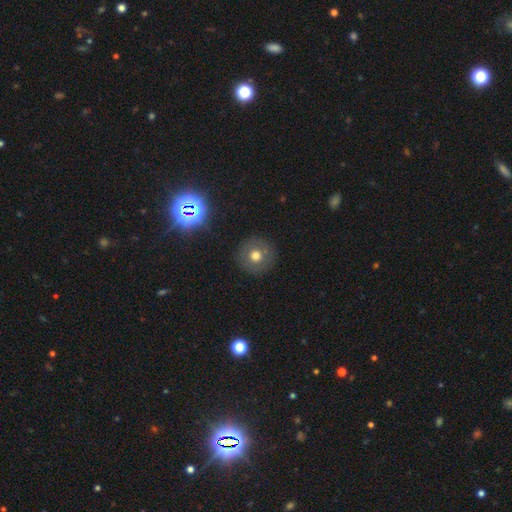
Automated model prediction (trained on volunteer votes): This appears to be a smooth galaxy with no disk features (65%) that is round (95%). Merging: none (89%).